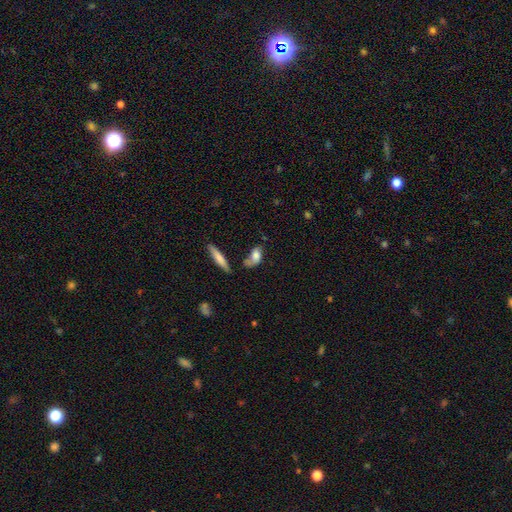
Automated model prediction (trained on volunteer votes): Smooth or featured? Predicted: smooth (p=0.69). How rounded? Predicted: in between (p=0.77). Merging? Predicted: none (p=0.39).